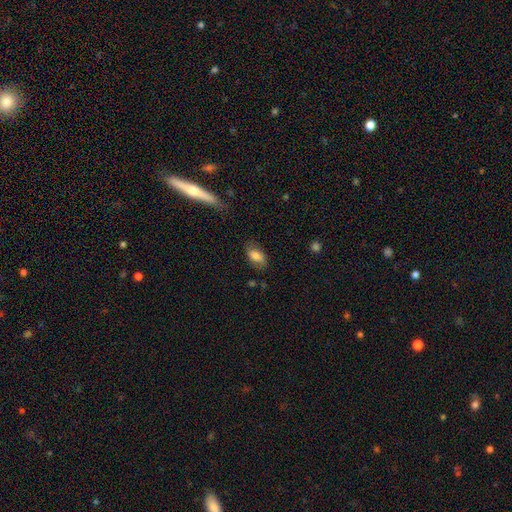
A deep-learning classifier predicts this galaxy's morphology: The model was most divided on "merging": none: 74%, minor disturbance: 19%, major disturbance: 6%, merger: 2%. More confident: how rounded — in between (90%); smooth or featured — smooth (76%).